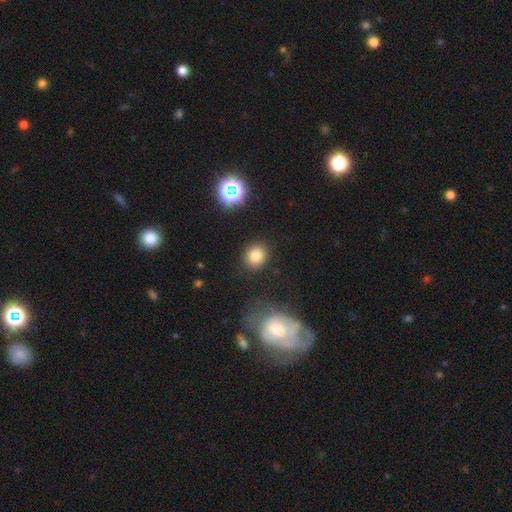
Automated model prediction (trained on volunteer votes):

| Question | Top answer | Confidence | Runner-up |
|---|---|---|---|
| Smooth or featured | smooth | 81% | star or artifact (13%) |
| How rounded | round | 72% | in between (27%) |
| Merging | none | 87% | minor disturbance (8%) |